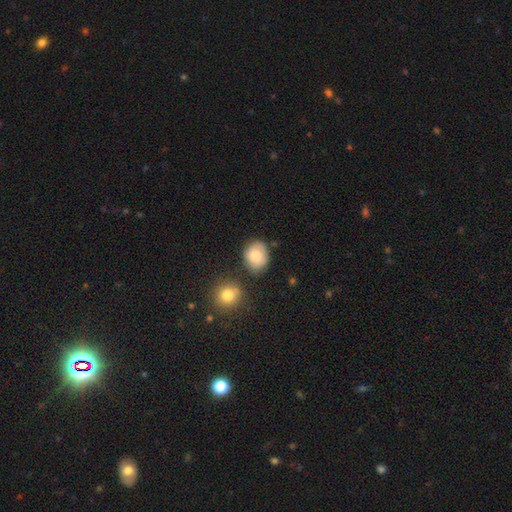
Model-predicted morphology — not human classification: This is likely a smooth galaxy (77%). How rounded: possibly in between (50%). Merging: likely none (65%).